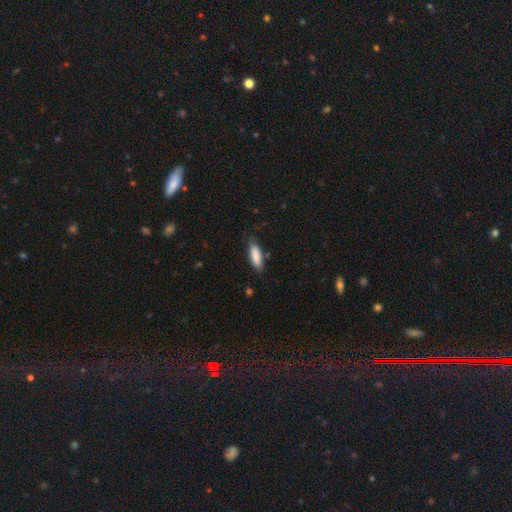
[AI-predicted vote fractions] A smooth galaxy with no disk features (87%) that is in between round and cigar-shaped (58%). Merging: none (76%).